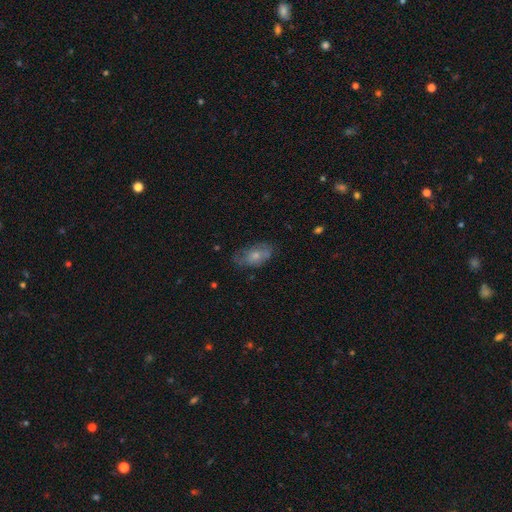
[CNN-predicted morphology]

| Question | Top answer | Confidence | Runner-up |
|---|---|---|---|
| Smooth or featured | smooth | 60% | featured or disk (32%) |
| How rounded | in between | 89% | round (7%) |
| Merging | none | 59% | minor disturbance (28%) |